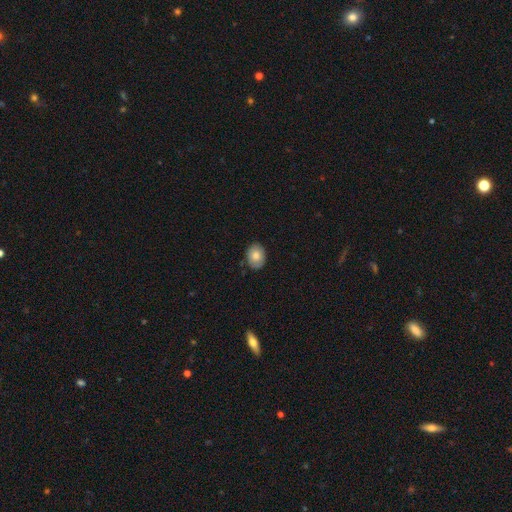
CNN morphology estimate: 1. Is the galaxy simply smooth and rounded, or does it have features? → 78% smooth, 14% featured or disk, 7% star or artifact.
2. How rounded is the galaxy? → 65% in between, 34% round, 1% cigar-shaped.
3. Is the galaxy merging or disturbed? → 84% none, 13% minor disturbance, 2% major disturbance, 1% merger.